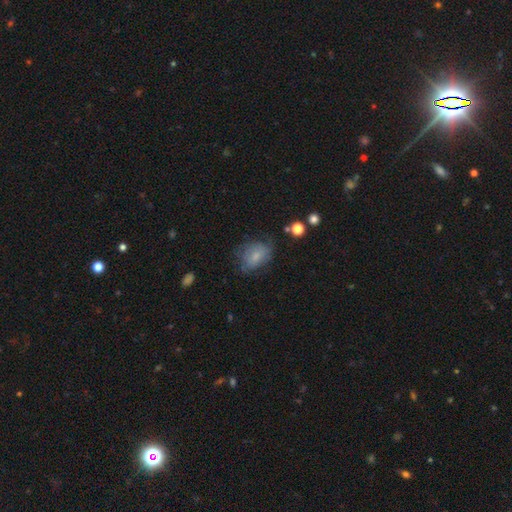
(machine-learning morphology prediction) Smooth or featured? Predicted: smooth (p=0.60). How rounded? Predicted: in between (p=0.75). Merging? Predicted: none (p=0.54).